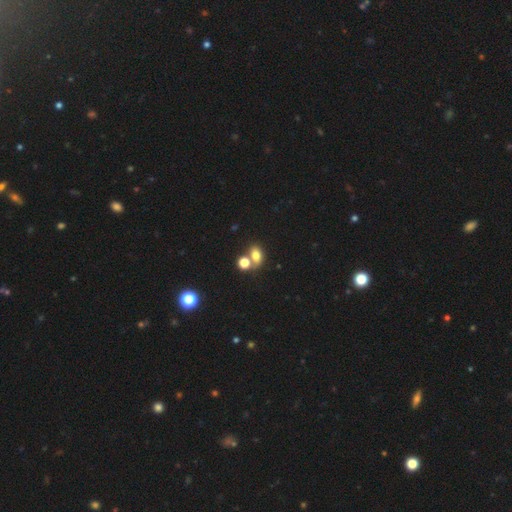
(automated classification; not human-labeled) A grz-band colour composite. It shows a smooth galaxy with no disk features (76%) that is in between round and cigar-shaped (71%). Merging: none (43%).